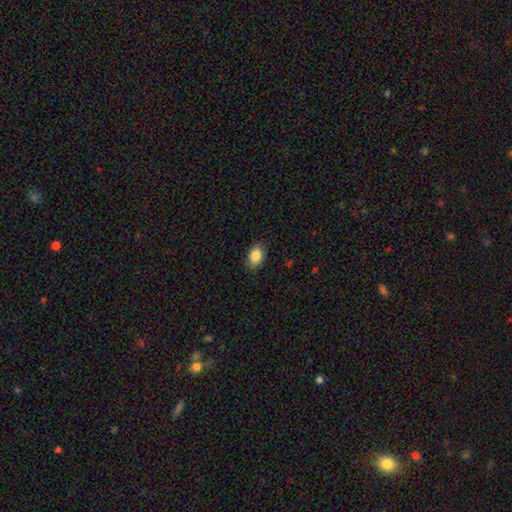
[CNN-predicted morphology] smooth_or_featured: smooth (p=0.87) [alt: star or artifact p=0.08]
how_rounded: in between (p=0.81) [alt: round p=0.18]
merging: none (p=0.83) [alt: minor disturbance p=0.13]